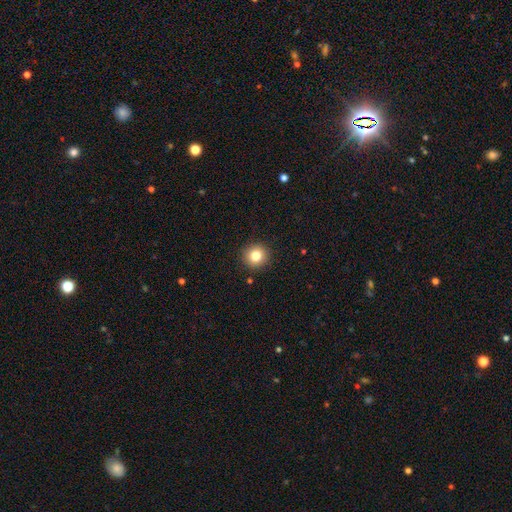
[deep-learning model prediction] A smooth galaxy with no disk features (81%) that is round (93%). Merging: none (92%).